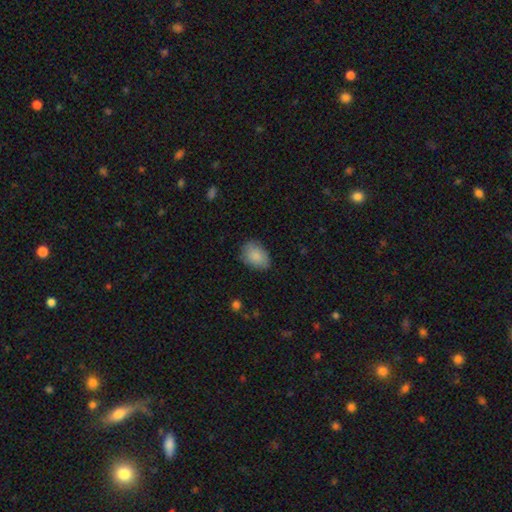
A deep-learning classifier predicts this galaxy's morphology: Smooth or featured?
  - smooth: 87% *
  - star or artifact: 7%
  - featured or disk: 7%
How rounded?
  - in between: 81% *
  - round: 18%
  - cigar-shaped: 1%
Merging?
  - none: 78% *
  - minor disturbance: 17%
  - major disturbance: 4%
  - merger: 1%